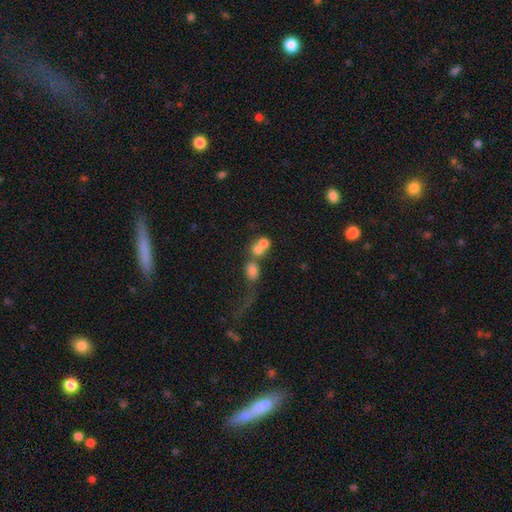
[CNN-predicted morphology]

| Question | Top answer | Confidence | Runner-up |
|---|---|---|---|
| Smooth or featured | smooth | 38% | star or artifact (32%) |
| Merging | none | 43% | merger (31%) |